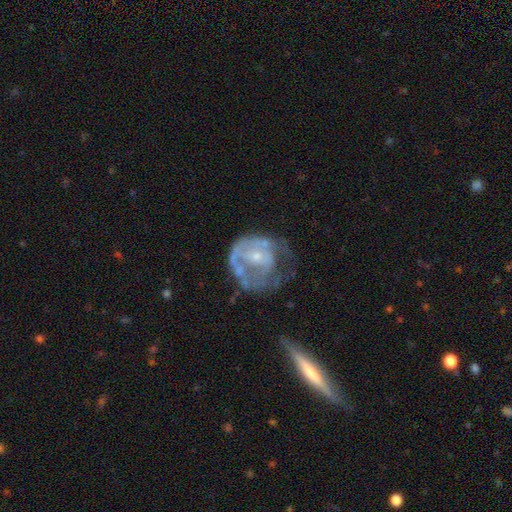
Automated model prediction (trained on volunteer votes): This is likely a featured or disk galaxy (67%). It is clearly not viewed edge-on (97%). Bar: likely no (67%). Spiral arm pattern: possibly no (53%). Central bulge: likely small (66%). Merging: marginally major disturbance (41%).